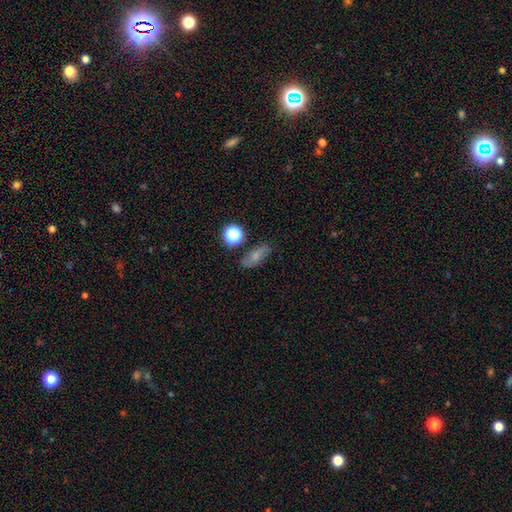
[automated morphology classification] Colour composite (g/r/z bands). It shows a smooth galaxy with no disk features (64%) that is in between round and cigar-shaped (69%). Merging: none (77%).